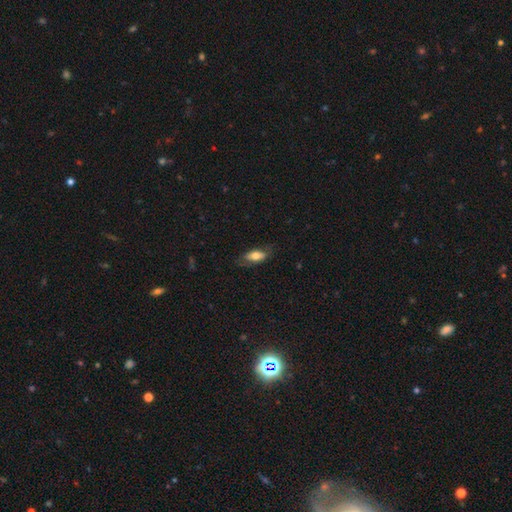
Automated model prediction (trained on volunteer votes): A smooth galaxy with no disk features (68%) that is in between round and cigar-shaped (82%).

Vote fractions:
- Smooth or featured? smooth: 68% / featured or disk: 26% / star or artifact: 6%
- How rounded? in between: 82% / cigar-shaped: 14% / round: 3%
- Merging? none: 70% / minor disturbance: 21% / major disturbance: 8% / merger: 1%